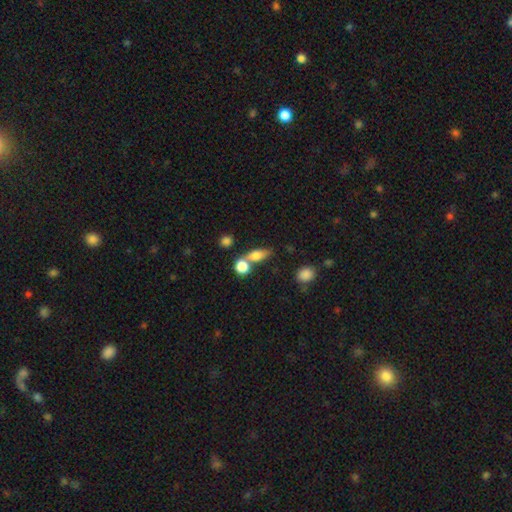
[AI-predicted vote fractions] This is likely a smooth galaxy (76%). How rounded: likely in between (60%). Merging: possibly none (46%).